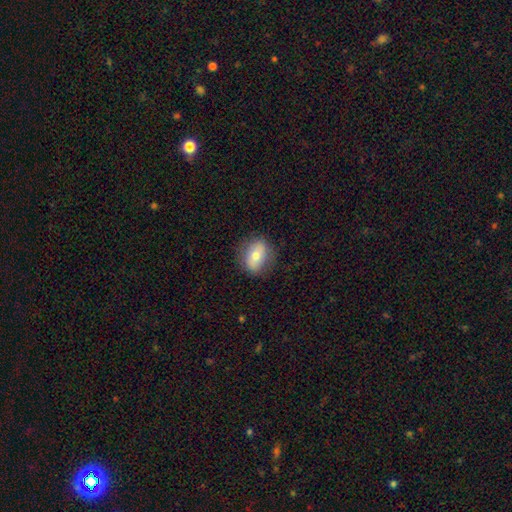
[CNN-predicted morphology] Smooth or featured? Predicted: smooth (p=0.65). How rounded? Predicted: in between (p=0.68). Merging? Predicted: none (p=0.83).